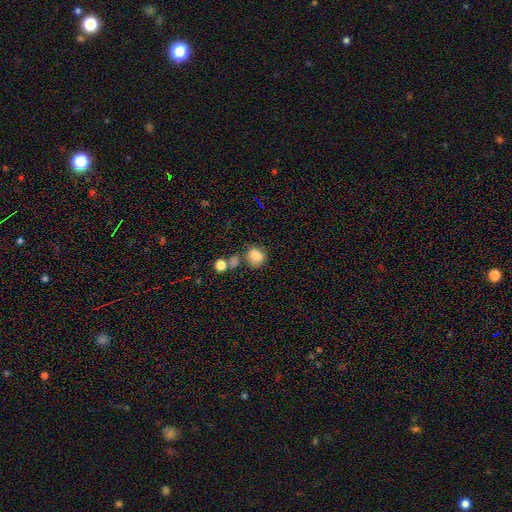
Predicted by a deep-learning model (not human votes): Smooth or featured?
  - smooth: 80% *
  - star or artifact: 12%
  - featured or disk: 8%
How rounded?
  - round: 54% *
  - in between: 45%
  - cigar-shaped: 1%
Merging?
  - none: 52% *
  - minor disturbance: 20%
  - merger: 19%
  - major disturbance: 9%